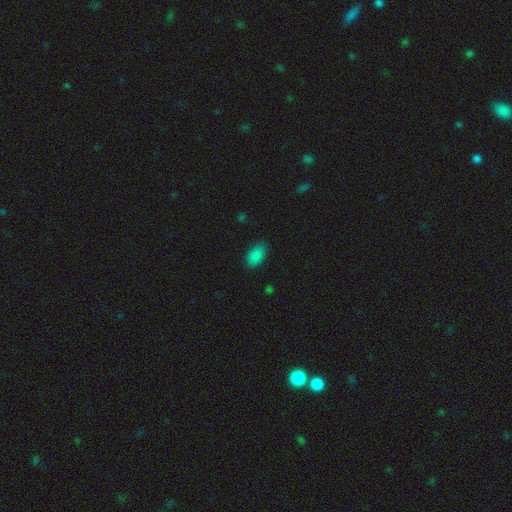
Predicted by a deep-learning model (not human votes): The model was most divided on "merging": none: 83%, minor disturbance: 13%, major disturbance: 3%, merger: 1%. More confident: how rounded — in between (93%); smooth or featured — smooth (87%).